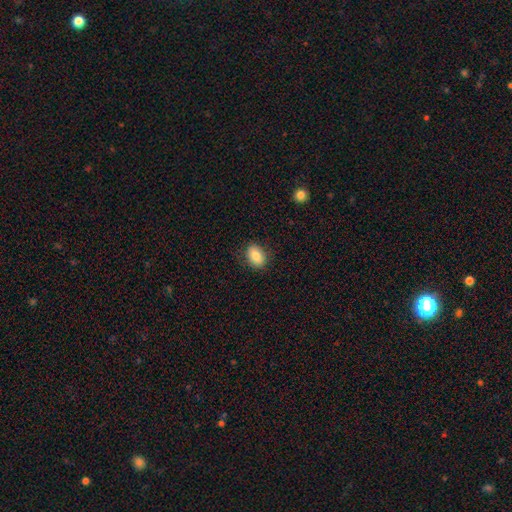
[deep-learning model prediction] A smooth galaxy with no disk features (81%) that is in between round and cigar-shaped (75%). Merging: none (84%).